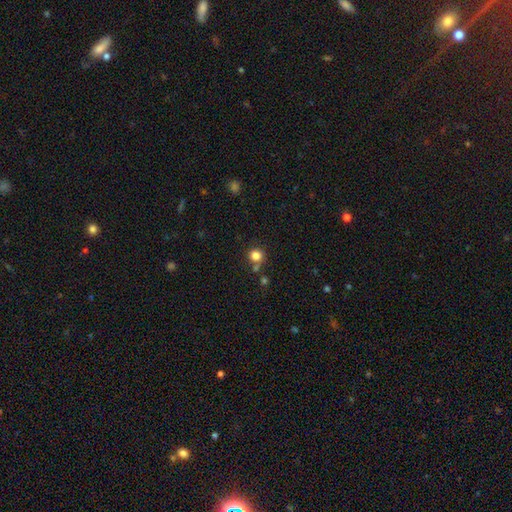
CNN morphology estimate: This appears to be a smooth galaxy with no disk features (82%) that is round (91%). Merging: none (71%).